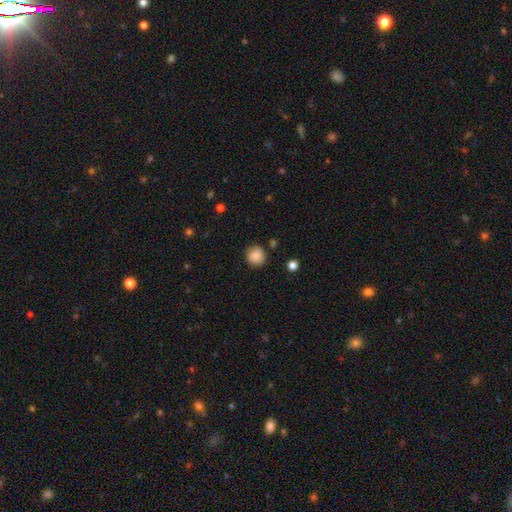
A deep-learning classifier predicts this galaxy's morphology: Q: Smooth or featured?
A: smooth (87%); runner-up: star or artifact (9%)
Q: How rounded?
A: round (93%); runner-up: in between (6%)
Q: Merging?
A: none (87%); runner-up: minor disturbance (9%)